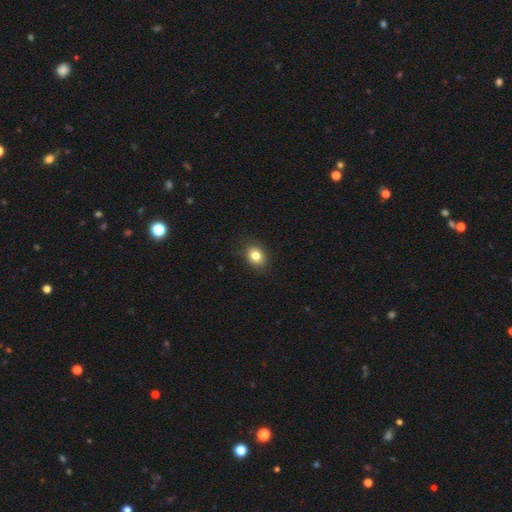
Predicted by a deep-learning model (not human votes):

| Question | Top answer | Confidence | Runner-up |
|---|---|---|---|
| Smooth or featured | smooth | 81% | star or artifact (10%) |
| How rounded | in between | 52% | round (47%) |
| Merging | none | 86% | minor disturbance (11%) |